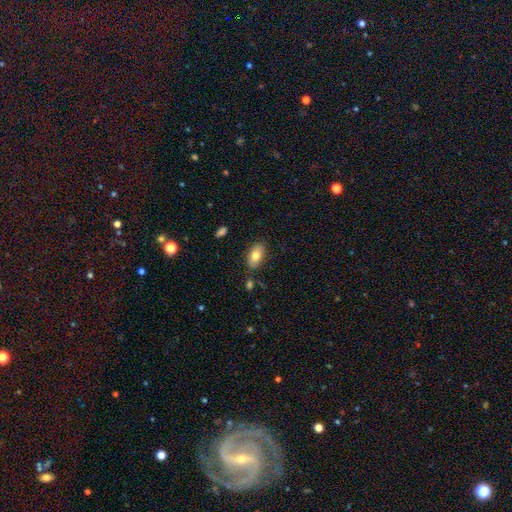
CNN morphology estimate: Smooth or featured? smooth (76%)
How rounded? in between (92%)
Merging? none (83%)